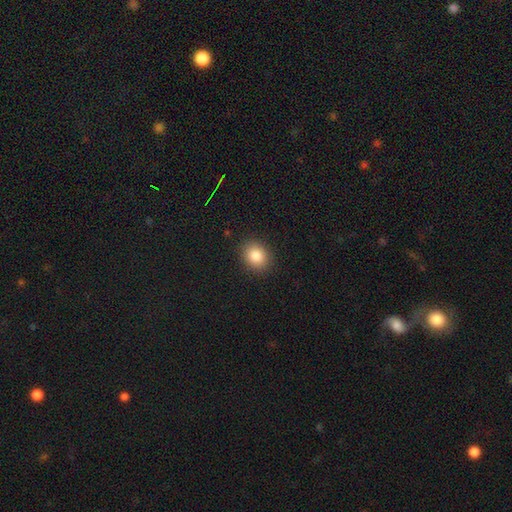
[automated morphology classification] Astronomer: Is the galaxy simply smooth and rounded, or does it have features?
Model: smooth — 85%.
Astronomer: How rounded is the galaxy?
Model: round — 61% (runner-up: in between, 38%).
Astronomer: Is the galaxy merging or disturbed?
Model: none — 89%.